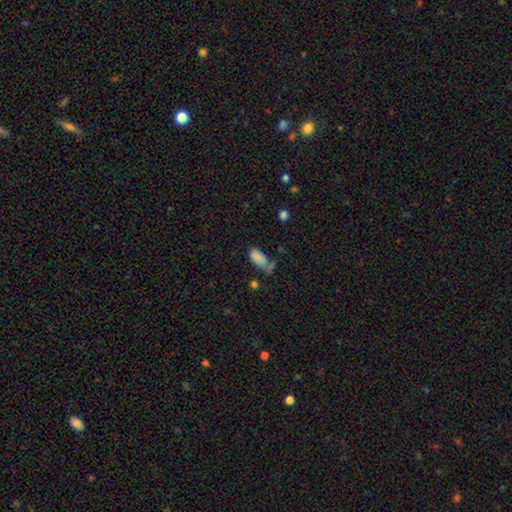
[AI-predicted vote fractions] Morphology: type=smooth (81%); roundness=in between (90%); merging=none (38%).